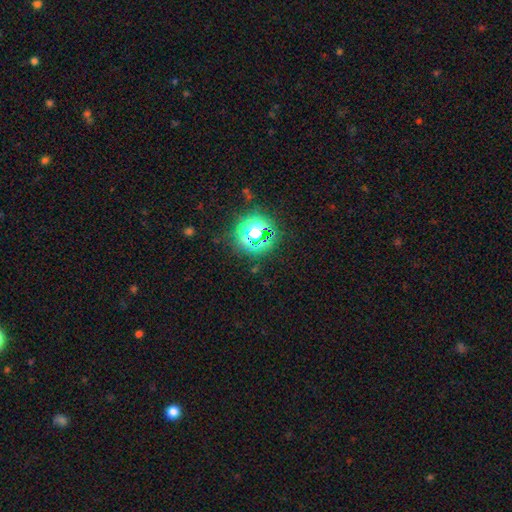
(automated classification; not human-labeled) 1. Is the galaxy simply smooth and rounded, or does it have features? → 76% star or artifact, 17% smooth, 7% featured or disk.